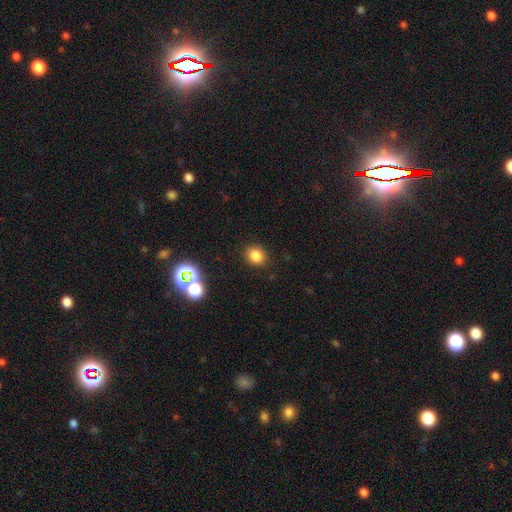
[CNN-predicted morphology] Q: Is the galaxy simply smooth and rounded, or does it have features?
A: smooth — 81%.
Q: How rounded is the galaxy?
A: round — 66%.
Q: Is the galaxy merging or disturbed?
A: none — 88%.